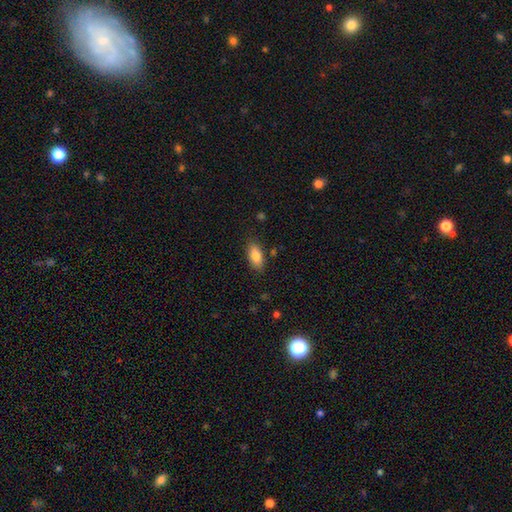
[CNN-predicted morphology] A smooth galaxy with no disk features (83%) that is in between round and cigar-shaped (89%).

Vote fractions:
- Smooth or featured? smooth: 83% / featured or disk: 10% / star or artifact: 7%
- How rounded? in between: 89% / cigar-shaped: 8% / round: 3%
- Merging? none: 84% / minor disturbance: 12% / major disturbance: 3% / merger: 2%